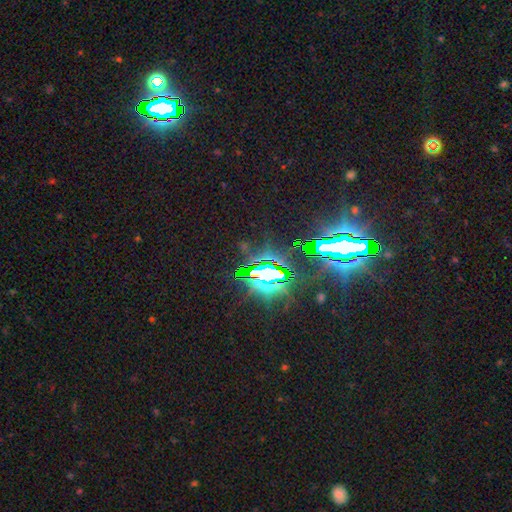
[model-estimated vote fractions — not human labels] Smooth or featured: star or artifact — 85% (smooth — 8%)